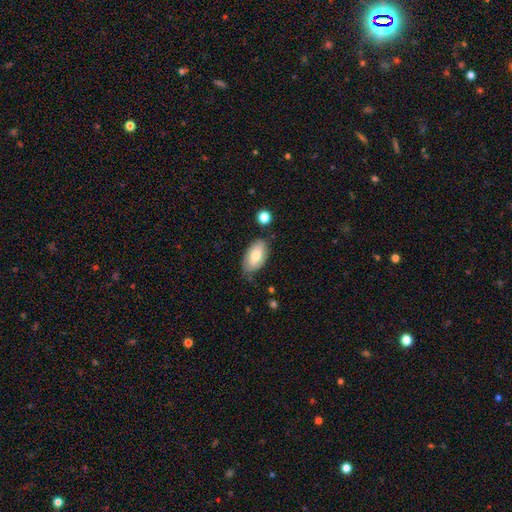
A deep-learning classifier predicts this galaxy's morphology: A smooth galaxy with no disk features (70%) that is in between round and cigar-shaped (94%). Merging: none (73%).